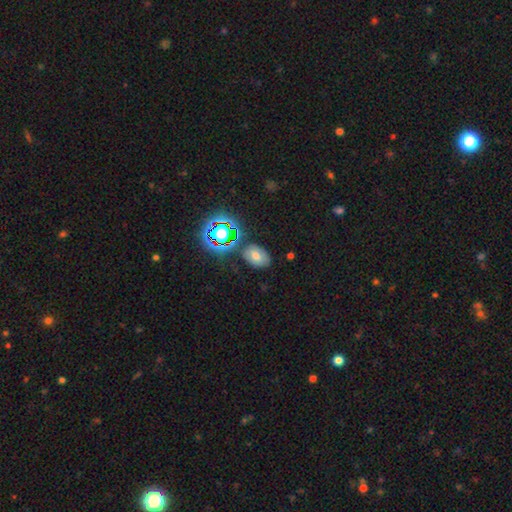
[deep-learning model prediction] Smooth or featured: smooth — 60% (star or artifact — 23%)
How rounded: in between — 82% (round — 17%)
Merging: none — 76% (minor disturbance — 15%)